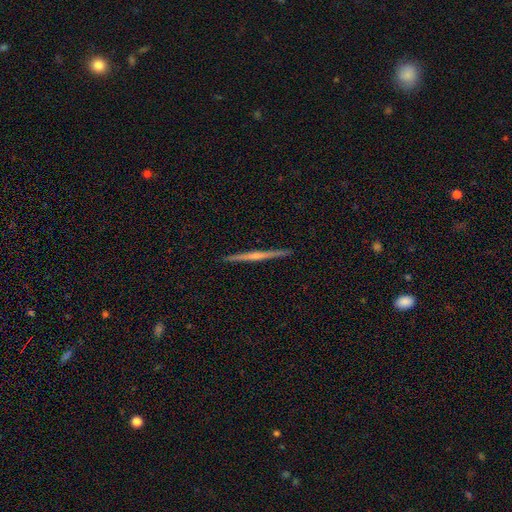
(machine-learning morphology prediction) Smooth or featured? Predicted: featured or disk (p=0.72). Edge-on disk? Predicted: yes (p=0.98). Edge-on bulge? Predicted: rounded (p=0.63). Merging? Predicted: none (p=0.91).